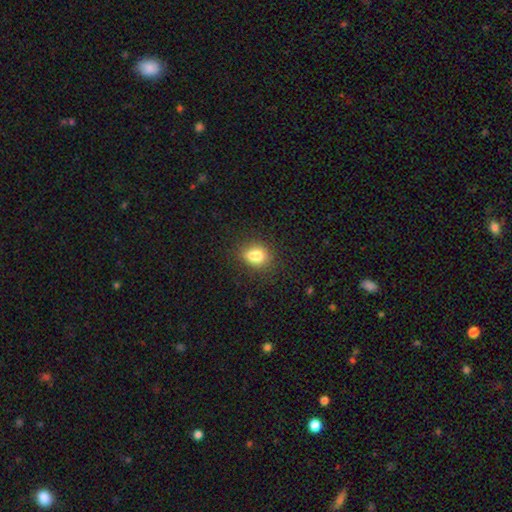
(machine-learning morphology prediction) This is clearly a smooth galaxy (82%). How rounded: possibly in between (54%). Merging: likely none (73%).